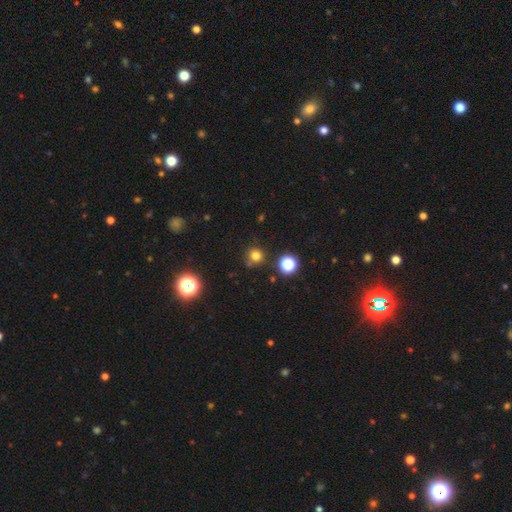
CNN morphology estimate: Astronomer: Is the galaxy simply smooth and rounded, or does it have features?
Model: smooth — 75%.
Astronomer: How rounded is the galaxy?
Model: round — 91%.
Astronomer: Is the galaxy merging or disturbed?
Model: none — 78%.